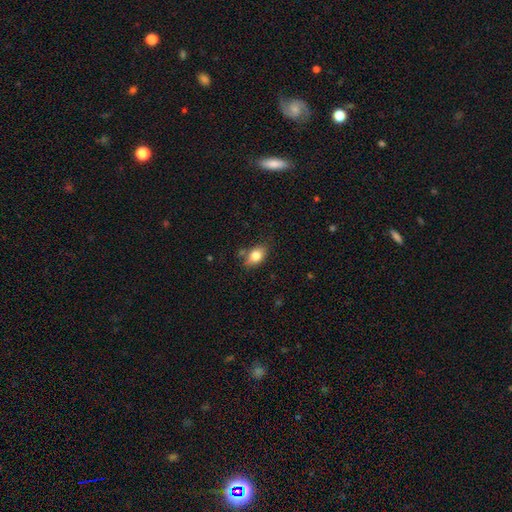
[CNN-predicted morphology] This appears to be a smooth galaxy with no disk features (80%) that is in between round and cigar-shaped (82%). Merging: none (72%).